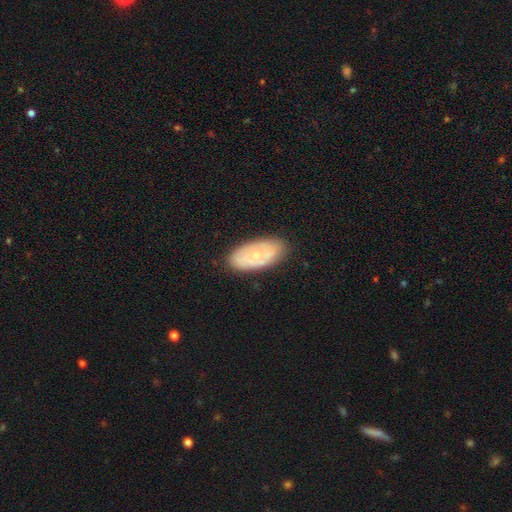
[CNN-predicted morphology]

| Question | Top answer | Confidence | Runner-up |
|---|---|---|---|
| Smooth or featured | smooth | 48% | featured or disk (45%) |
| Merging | none | 81% | minor disturbance (14%) |